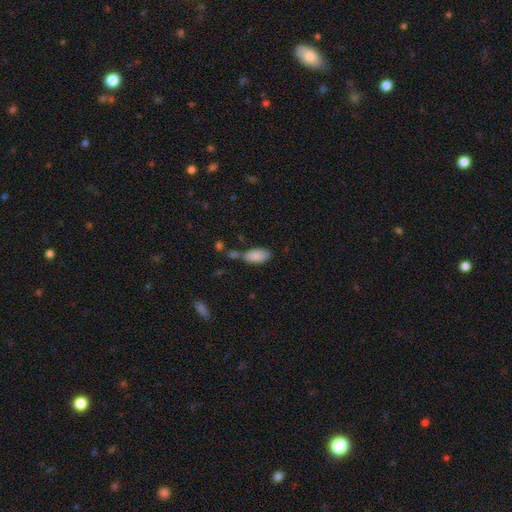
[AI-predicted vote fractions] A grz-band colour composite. It shows a smooth galaxy with no disk features (86%) that is in between round and cigar-shaped (92%). Merging: none (53%).